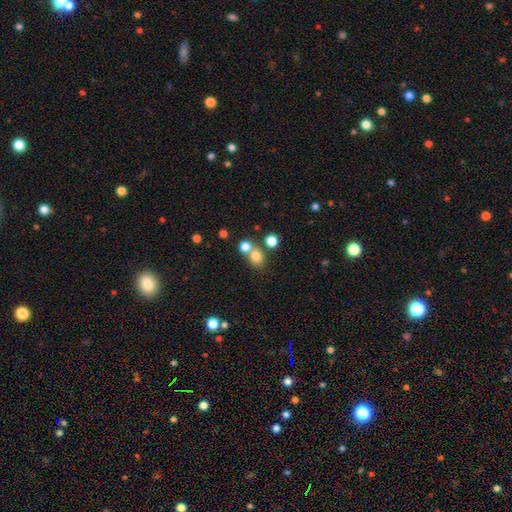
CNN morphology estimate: type=smooth (76%); roundness=round (70%); merging=none (54%).